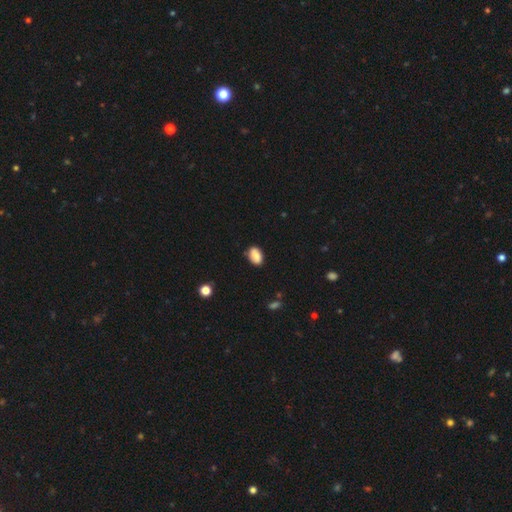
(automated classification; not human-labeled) Smooth or featured? smooth (82%)
How rounded? in between (87%)
Merging? none (78%)